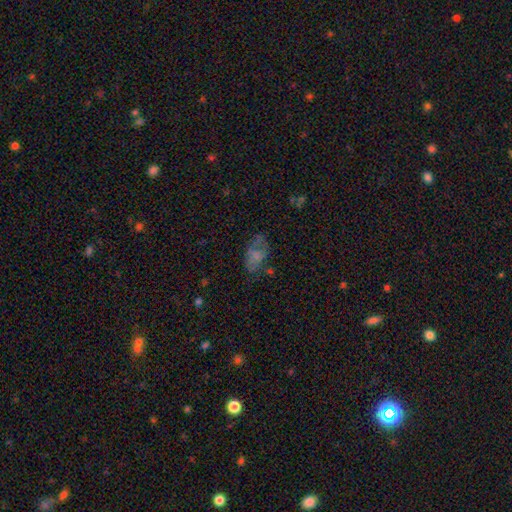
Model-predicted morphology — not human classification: This appears to be a smooth galaxy with no disk features (55%) that is in between round and cigar-shaped (90%). Merging: none (50%).